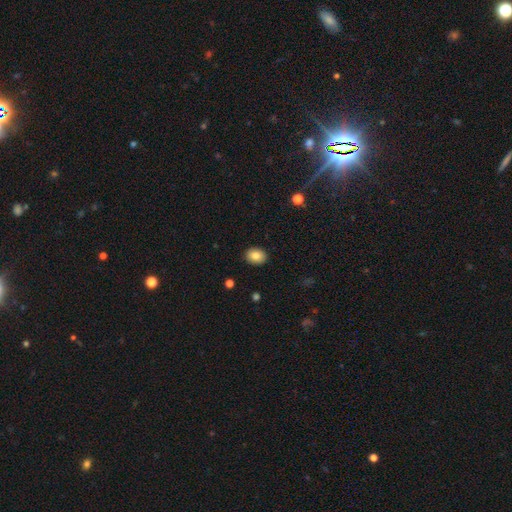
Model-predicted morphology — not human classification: smooth_or_featured: smooth (p=0.84) [alt: star or artifact p=0.08]
how_rounded: in between (p=0.64) [alt: round p=0.35]
merging: none (p=0.90) [alt: minor disturbance p=0.07]